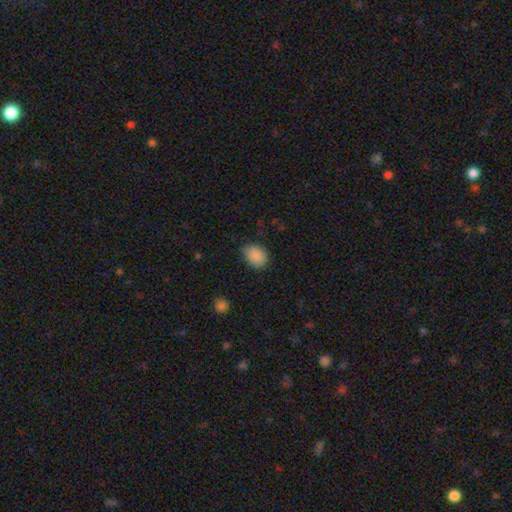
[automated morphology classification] Q: Smooth or featured?
A: smooth (88%); runner-up: star or artifact (9%)
Q: How rounded?
A: in between (69%); runner-up: round (30%)
Q: Merging?
A: none (79%); runner-up: minor disturbance (16%)